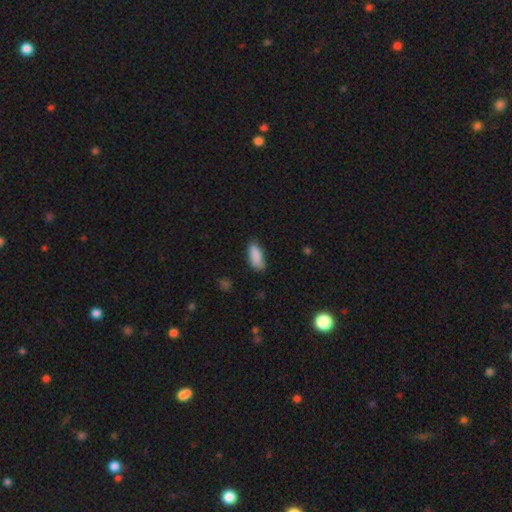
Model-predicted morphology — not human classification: This appears to be a smooth galaxy with no disk features (88%) that is in between round and cigar-shaped (82%). Merging: none (76%).